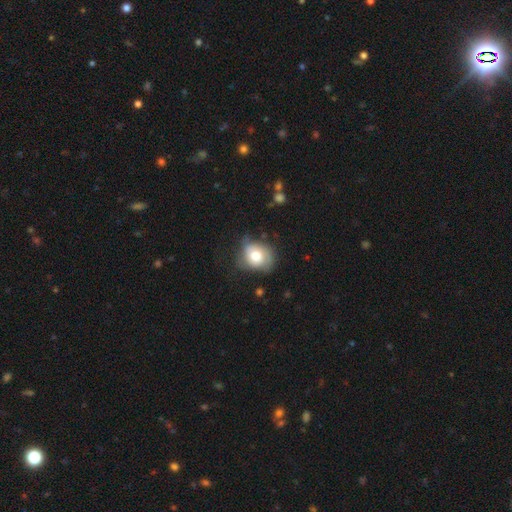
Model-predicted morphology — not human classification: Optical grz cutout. It shows a smooth galaxy with no disk features (59%) that is round (62%). Merging: none (52%).